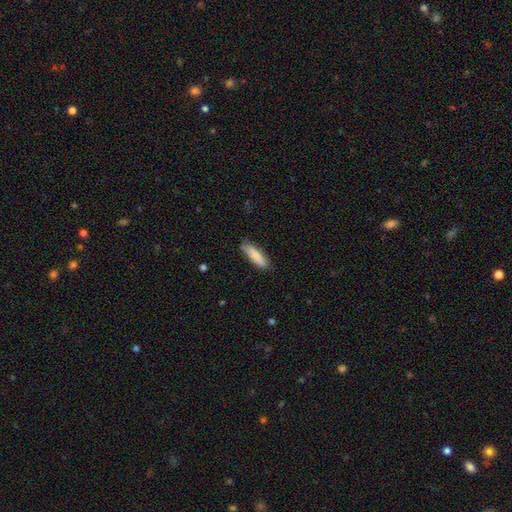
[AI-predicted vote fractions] Smooth or featured? smooth (85%)
How rounded? cigar-shaped (60%)
Merging? none (79%)